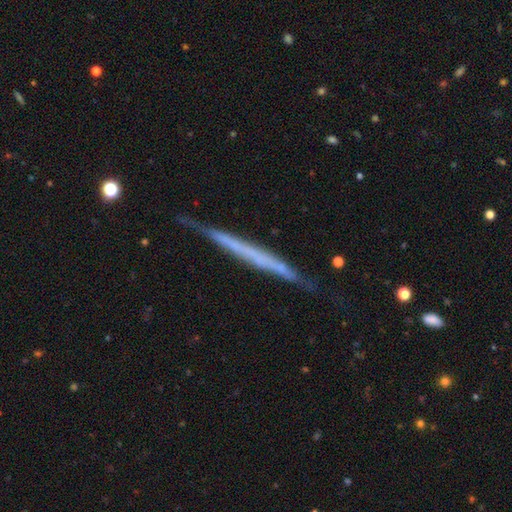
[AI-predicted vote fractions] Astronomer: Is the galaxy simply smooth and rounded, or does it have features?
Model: featured or disk — 57% (runner-up: smooth, 35%).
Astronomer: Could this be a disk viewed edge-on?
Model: yes — 96%.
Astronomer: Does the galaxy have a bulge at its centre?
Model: none — 91%.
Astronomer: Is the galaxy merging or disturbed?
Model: none — 86%.